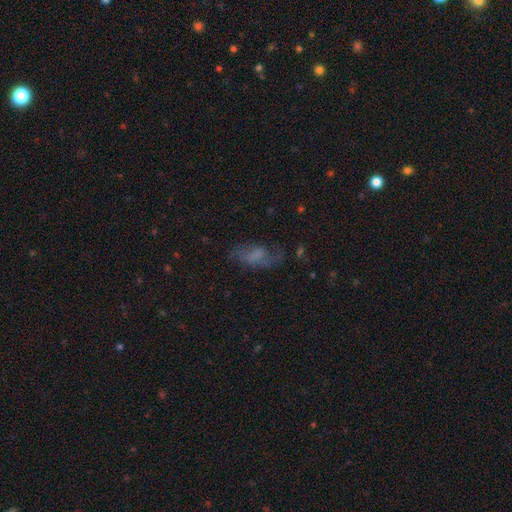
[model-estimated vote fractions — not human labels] A featured or disk galaxy (46%).

Vote fractions:
- Smooth or featured? featured or disk: 46% / smooth: 40% / star or artifact: 14%
- Merging? none: 52% / minor disturbance: 23% / major disturbance: 22% / merger: 3%